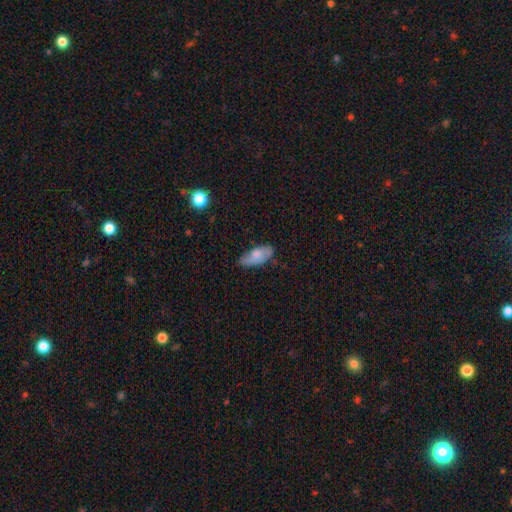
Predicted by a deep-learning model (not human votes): Smooth or featured?
  - smooth: 70% *
  - featured or disk: 23%
  - star or artifact: 7%
How rounded?
  - in between: 86% *
  - cigar-shaped: 11%
  - round: 3%
Merging?
  - none: 61% *
  - minor disturbance: 30%
  - major disturbance: 7%
  - merger: 2%